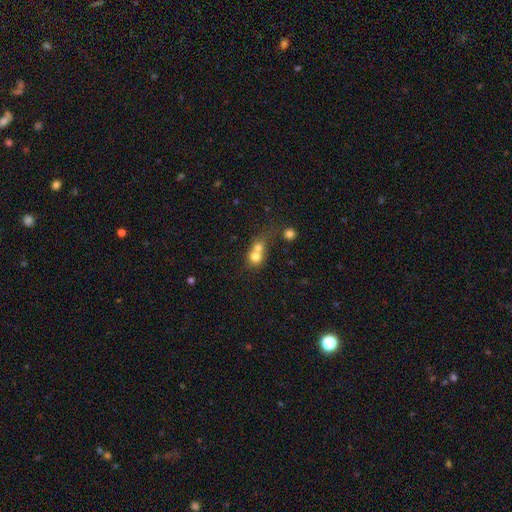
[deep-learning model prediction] The model was most divided on "merging": merger: 67%, none: 24%, minor disturbance: 5%, major disturbance: 4%. More confident: how rounded — round (76%); smooth or featured — smooth (72%).